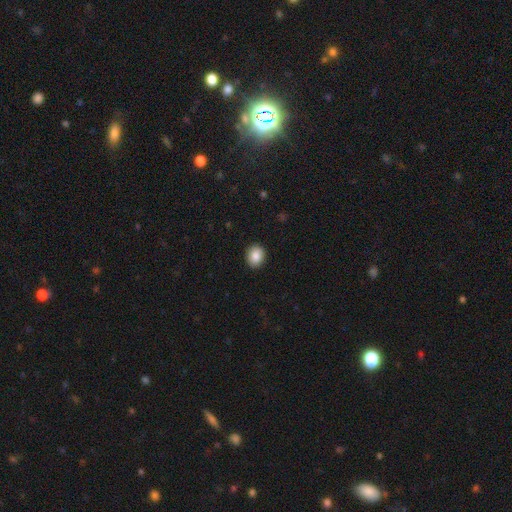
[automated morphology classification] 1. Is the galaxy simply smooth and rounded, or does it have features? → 87% smooth, 8% star or artifact, 5% featured or disk.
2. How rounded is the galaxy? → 58% round, 41% in between, 1% cigar-shaped.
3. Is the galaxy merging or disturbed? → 90% none, 7% minor disturbance, 2% major disturbance, 1% merger.